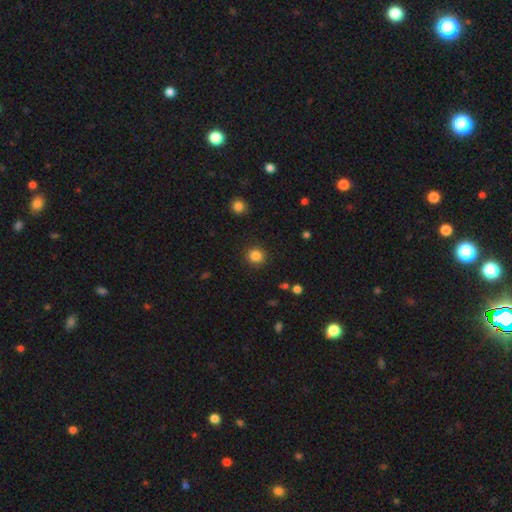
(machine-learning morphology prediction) Smooth or featured? smooth (84%)
How rounded? round (91%)
Merging? none (91%)